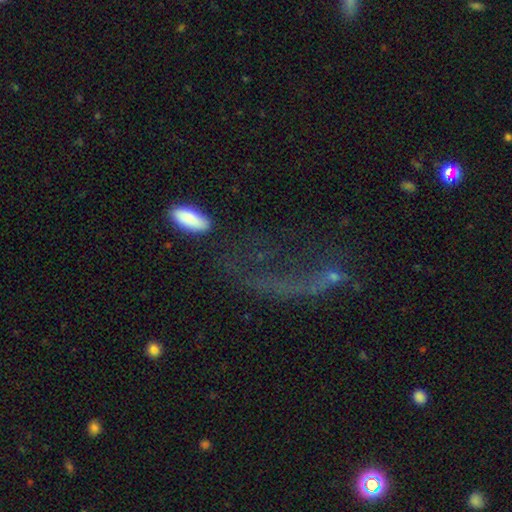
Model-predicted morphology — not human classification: smooth 46%, featured or disk 33%, star or artifact 22%. Down the decision tree: merging — major disturbance (47%).